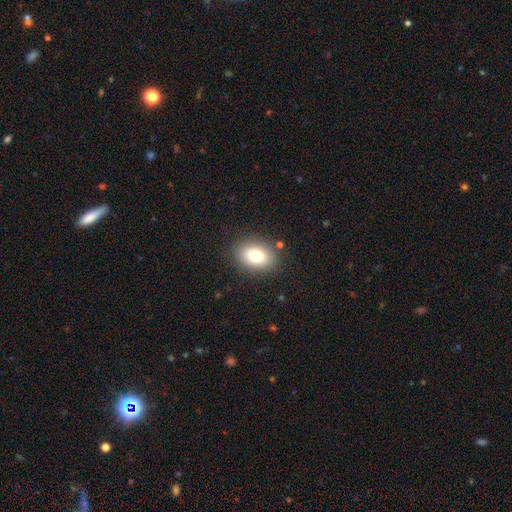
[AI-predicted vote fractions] smooth-or-featured: smooth: 79% | featured or disk: 11% | star or artifact: 10%
  how-rounded: in between: 76% | round: 23% | cigar-shaped: 1%
  merging: none: 85% | minor disturbance: 10% | major disturbance: 3% | merger: 2%